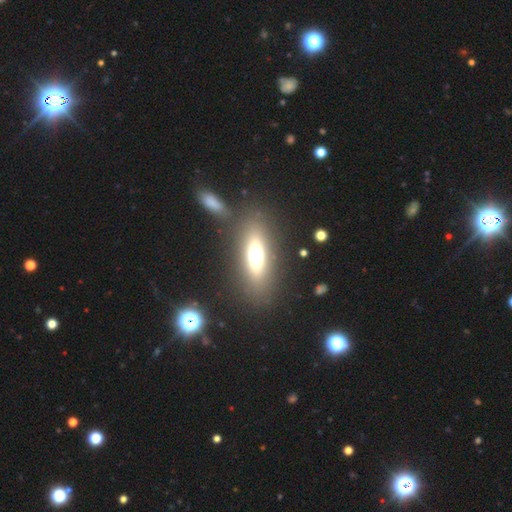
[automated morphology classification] Smooth or featured: smooth — 57% (featured or disk — 31%)
How rounded: in between — 61% (cigar-shaped — 35%)
Merging: none — 79% (minor disturbance — 9%)